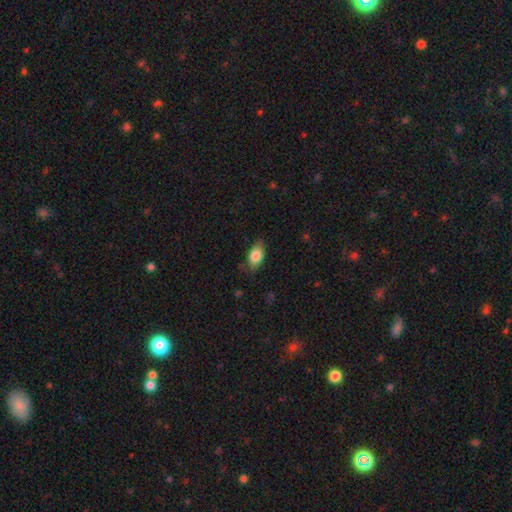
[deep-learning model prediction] Smooth or featured? Predicted: smooth (p=0.80). How rounded? Predicted: in between (p=0.87). Merging? Predicted: none (p=0.77).